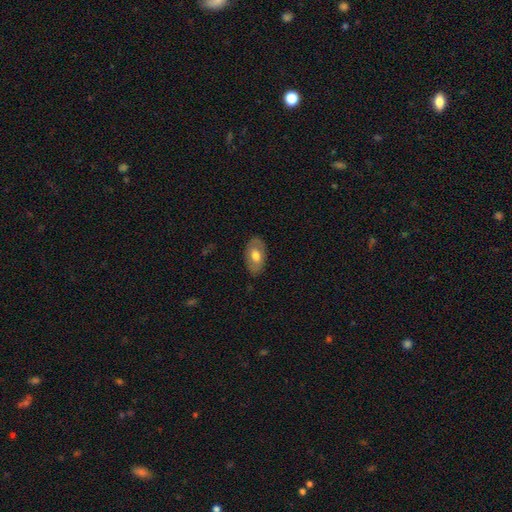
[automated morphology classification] Q: Smooth or featured?
A: smooth (58%); runner-up: featured or disk (37%)
Q: How rounded?
A: in between (92%); runner-up: round (6%)
Q: Merging?
A: none (81%); runner-up: minor disturbance (14%)